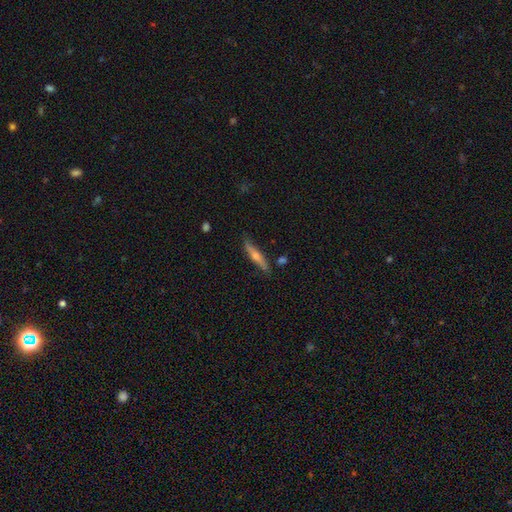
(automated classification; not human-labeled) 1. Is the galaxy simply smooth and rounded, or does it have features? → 55% featured or disk, 39% smooth, 7% star or artifact.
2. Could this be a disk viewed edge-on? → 94% yes, 6% no.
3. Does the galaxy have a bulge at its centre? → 83% rounded, 11% none, 6% boxy.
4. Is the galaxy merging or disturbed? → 83% none, 12% minor disturbance, 2% merger, 2% major disturbance.